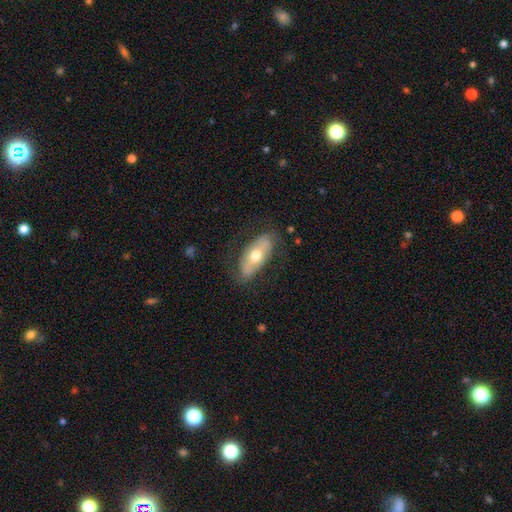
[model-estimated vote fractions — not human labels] Smooth or featured: smooth — 48% (featured or disk — 46%)
Merging: none — 72% (minor disturbance — 19%)